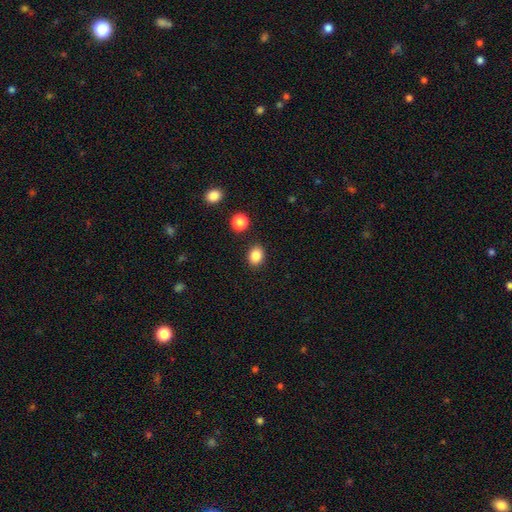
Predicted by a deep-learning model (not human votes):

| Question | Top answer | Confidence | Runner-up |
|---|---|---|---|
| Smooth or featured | smooth | 85% | star or artifact (10%) |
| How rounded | in between | 52% | round (47%) |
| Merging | none | 88% | minor disturbance (7%) |